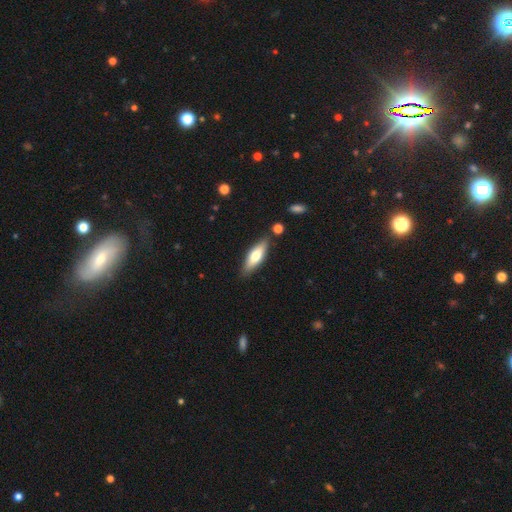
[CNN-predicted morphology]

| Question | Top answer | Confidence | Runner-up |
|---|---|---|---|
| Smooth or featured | smooth | 63% | featured or disk (31%) |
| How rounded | in between | 51% | cigar-shaped (47%) |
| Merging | none | 83% | minor disturbance (11%) |